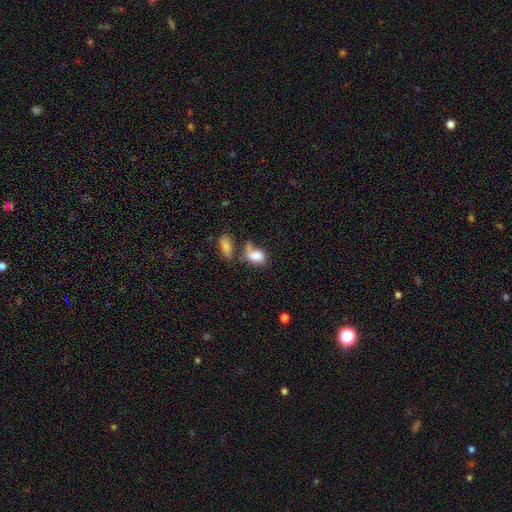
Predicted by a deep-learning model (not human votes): Smooth or featured: smooth — 79% (featured or disk — 12%)
How rounded: in between — 81% (round — 17%)
Merging: merger — 37% (none — 28%)